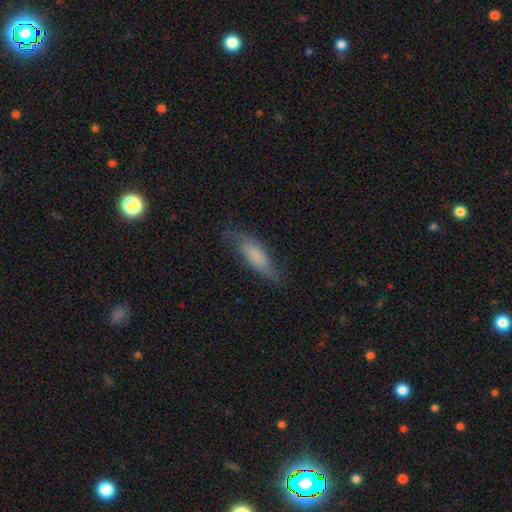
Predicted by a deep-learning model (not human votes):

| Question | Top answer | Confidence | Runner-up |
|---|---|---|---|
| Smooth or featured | smooth | 71% | featured or disk (22%) |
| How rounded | cigar-shaped | 52% | in between (45%) |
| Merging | none | 66% | minor disturbance (25%) |